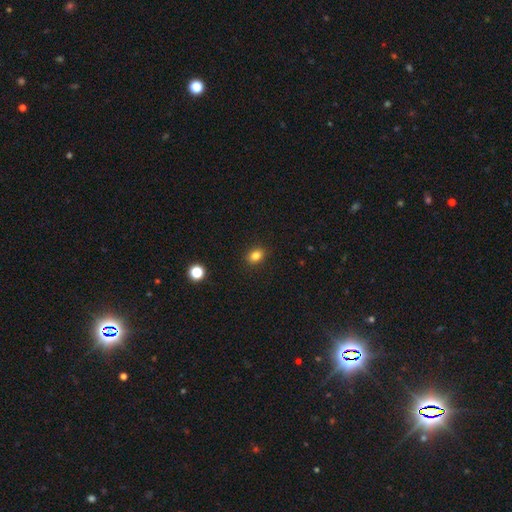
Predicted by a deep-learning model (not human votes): This is clearly a smooth galaxy (83%). How rounded: likely in between (66%). Merging: clearly none (89%).